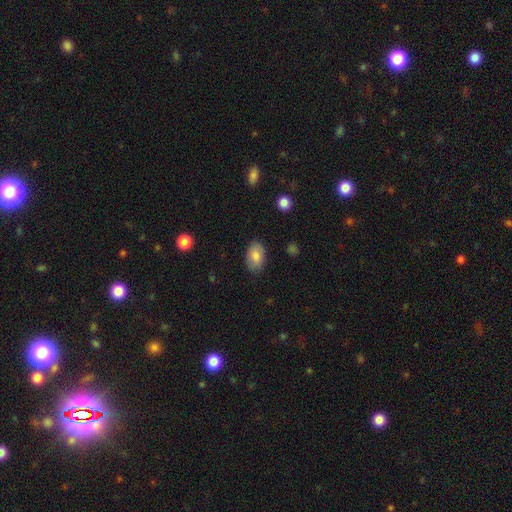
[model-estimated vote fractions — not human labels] A smooth galaxy with no disk features (83%) that is in between round and cigar-shaped (90%). Merging: none (84%).